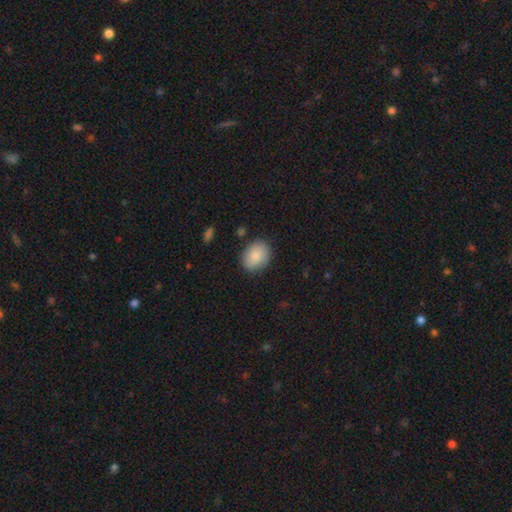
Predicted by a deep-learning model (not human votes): A smooth galaxy with no disk features (85%) that is in between round and cigar-shaped (57%). Merging: none (81%).